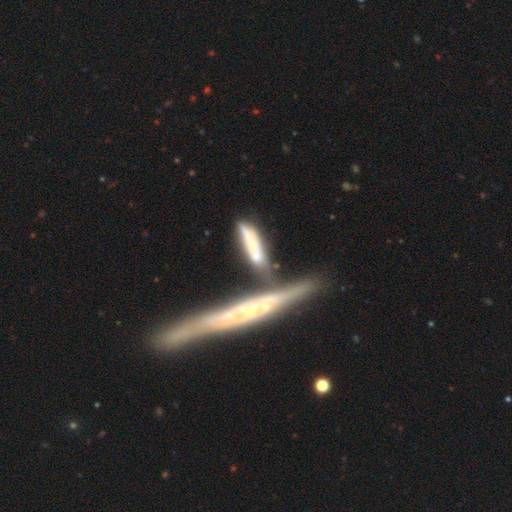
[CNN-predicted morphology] The model was most divided on "smooth or featured": smooth: 49%, featured or disk: 42%, star or artifact: 9%. Remaining: merging — merger (42%).